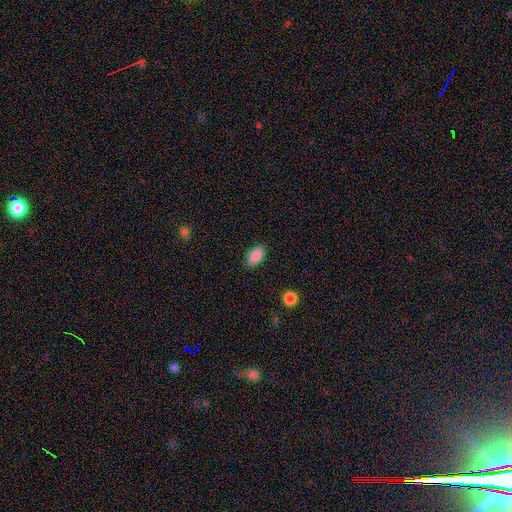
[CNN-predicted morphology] type=smooth (89%); roundness=in between (93%); merging=none (86%).